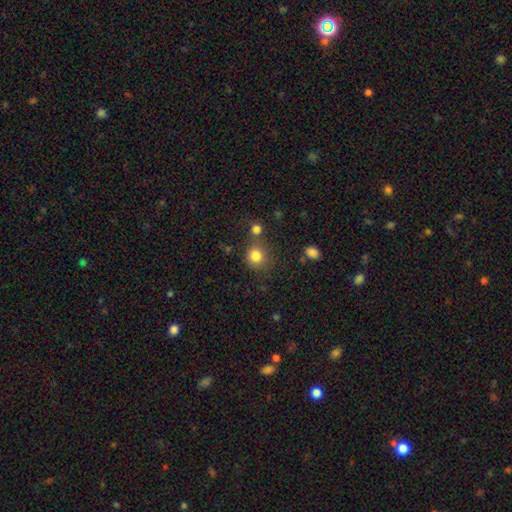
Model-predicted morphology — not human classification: The model was most divided on "merging": none: 70%, merger: 16%, minor disturbance: 10%, major disturbance: 4%. More confident: how rounded — round (89%); smooth or featured — smooth (82%).